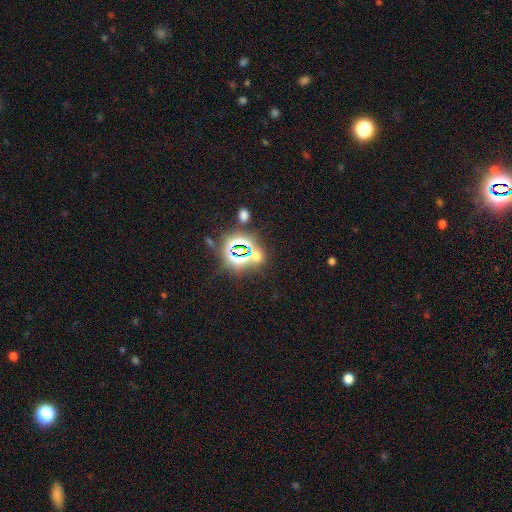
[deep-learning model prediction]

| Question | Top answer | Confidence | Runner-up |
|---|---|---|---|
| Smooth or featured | star or artifact | 63% | smooth (29%) |